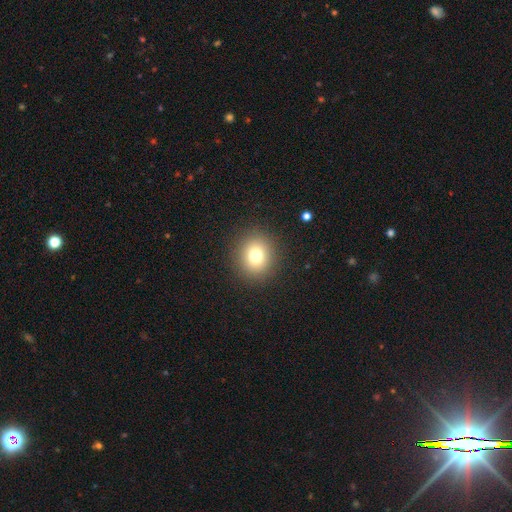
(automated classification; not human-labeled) smooth-or-featured: smooth: 77% | star or artifact: 13% | featured or disk: 10%
  how-rounded: round: 83% | in between: 16% | cigar-shaped: 1%
  merging: none: 90% | minor disturbance: 6% | major disturbance: 3% | merger: 1%